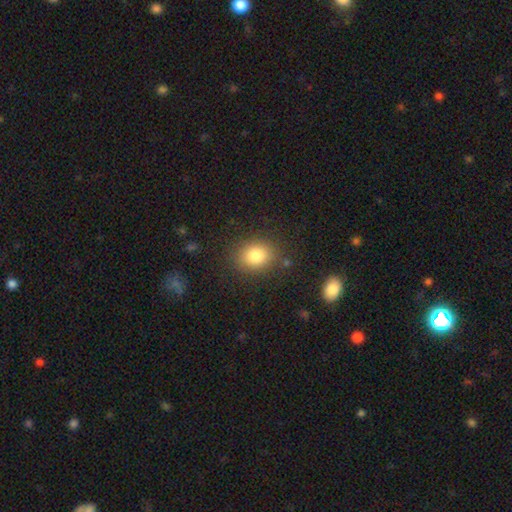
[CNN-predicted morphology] Q: Smooth or featured?
A: smooth (82%); runner-up: star or artifact (10%)
Q: How rounded?
A: round (52%); runner-up: in between (47%)
Q: Merging?
A: none (84%); runner-up: minor disturbance (10%)